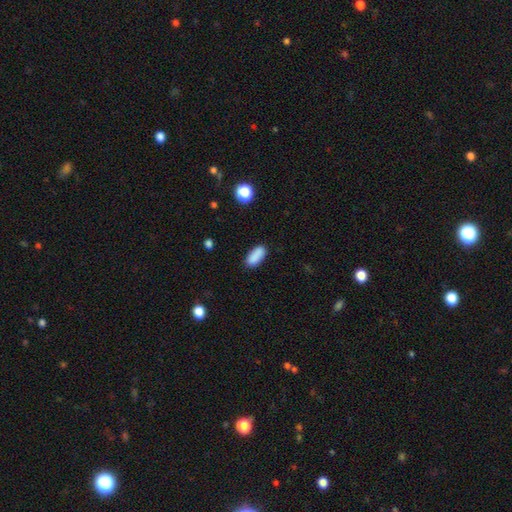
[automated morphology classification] A smooth galaxy with no disk features (87%) that is in between round and cigar-shaped (85%).

Vote fractions:
- Smooth or featured? smooth: 87% / star or artifact: 8% / featured or disk: 4%
- How rounded? in between: 85% / cigar-shaped: 12% / round: 3%
- Merging? none: 82% / minor disturbance: 13% / major disturbance: 3% / merger: 3%